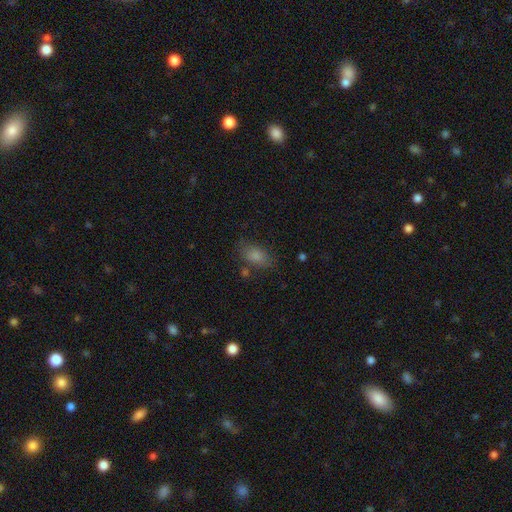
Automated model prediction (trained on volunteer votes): A smooth galaxy with no disk features (83%) that is in between round and cigar-shaped (88%).

Vote fractions:
- Smooth or featured? smooth: 83% / star or artifact: 9% / featured or disk: 8%
- How rounded? in between: 88% / round: 8% / cigar-shaped: 4%
- Merging? none: 70% / minor disturbance: 18% / major disturbance: 7% / merger: 5%